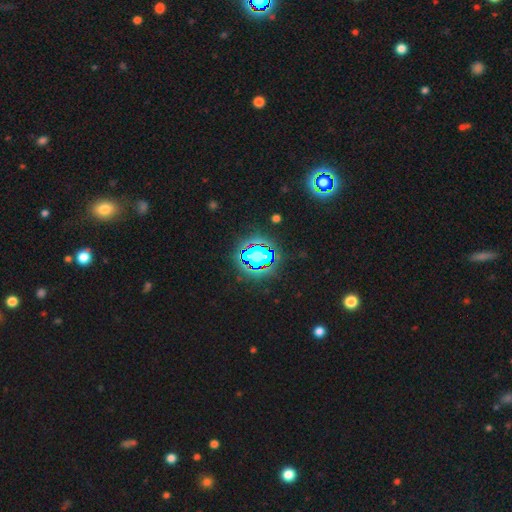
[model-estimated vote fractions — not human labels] Morphology: type=star or artifact (62%).